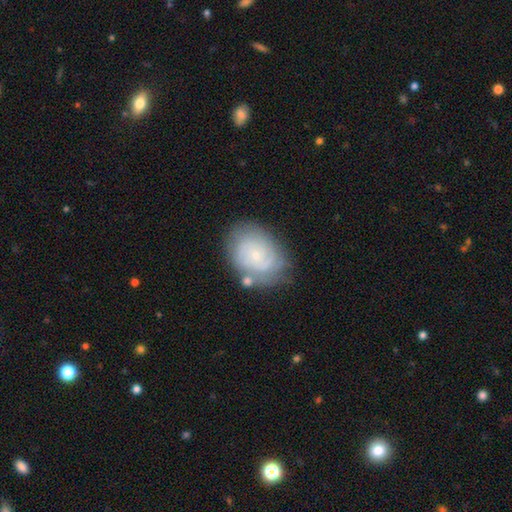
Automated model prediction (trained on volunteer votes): Smooth or featured? featured or disk (65%)
Edge-on disk? no (97%)
Bar? no (80%)
Spiral arms? yes (82%)
Spiral winding? tight (66%)
Spiral arm count? can't tell (48%)
Bulge size? small (84%)
Merging? none (66%)